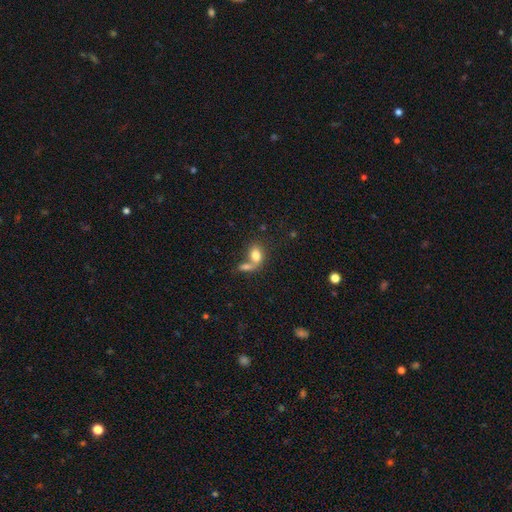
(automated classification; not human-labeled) Smooth or featured: smooth — 76% (featured or disk — 15%)
How rounded: in between — 77% (round — 20%)
Merging: merger — 56% (none — 27%)